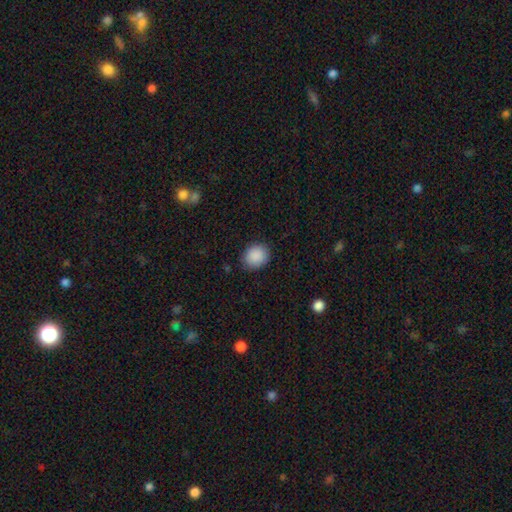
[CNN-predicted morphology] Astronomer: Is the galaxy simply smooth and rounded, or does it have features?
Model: smooth — 89%.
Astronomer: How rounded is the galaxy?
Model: round — 67%.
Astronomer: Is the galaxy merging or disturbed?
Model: none — 85%.